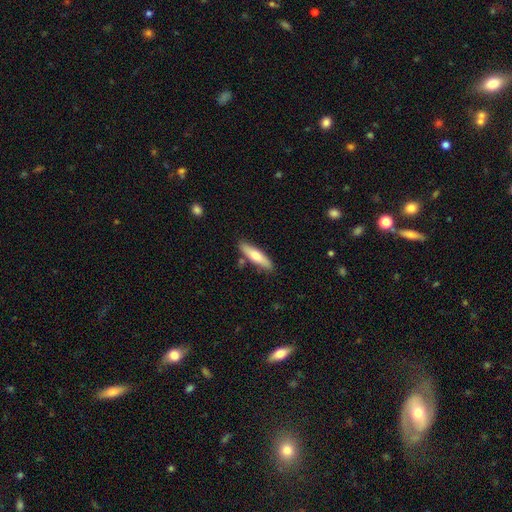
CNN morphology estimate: Smooth or featured? smooth (64%)
How rounded? cigar-shaped (74%)
Merging? none (82%)